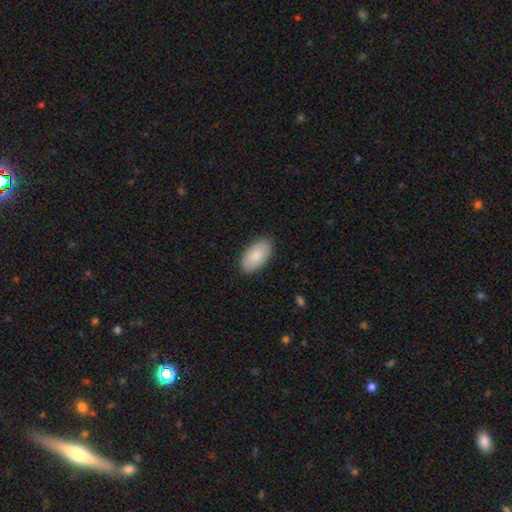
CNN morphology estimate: type=smooth (86%); roundness=in between (96%); merging=none (88%).